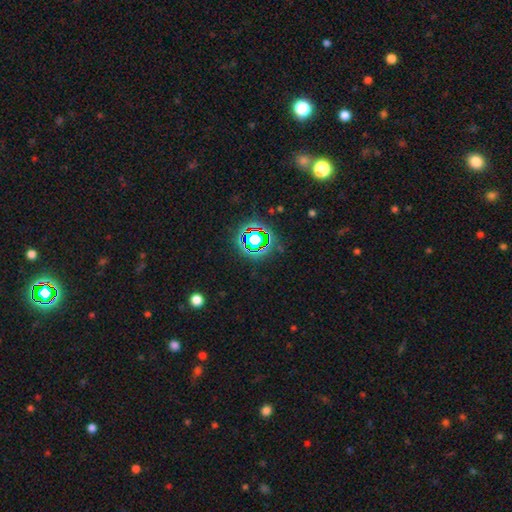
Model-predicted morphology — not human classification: Overall: star or artifact (77%).